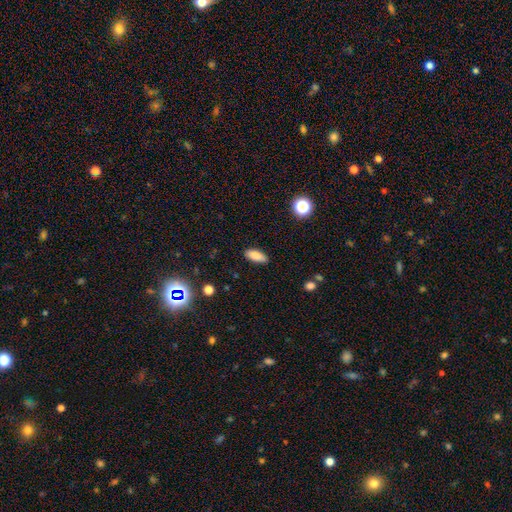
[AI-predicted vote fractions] Smooth or featured: smooth — 84% (star or artifact — 9%)
How rounded: in between — 78% (cigar-shaped — 19%)
Merging: none — 87% (minor disturbance — 10%)